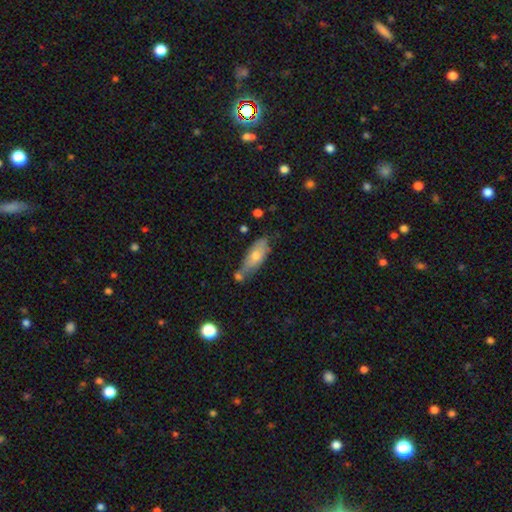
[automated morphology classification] Smooth or featured?
  - smooth: 67% *
  - featured or disk: 26%
  - star or artifact: 7%
How rounded?
  - in between: 71% *
  - cigar-shaped: 26%
  - round: 3%
Merging?
  - none: 48% *
  - minor disturbance: 24%
  - merger: 20%
  - major disturbance: 7%